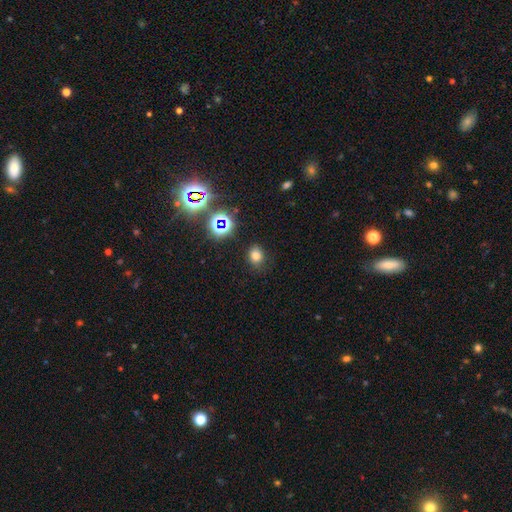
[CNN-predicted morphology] This is likely a smooth galaxy (72%). How rounded: possibly round (54%). Merging: clearly none (84%).